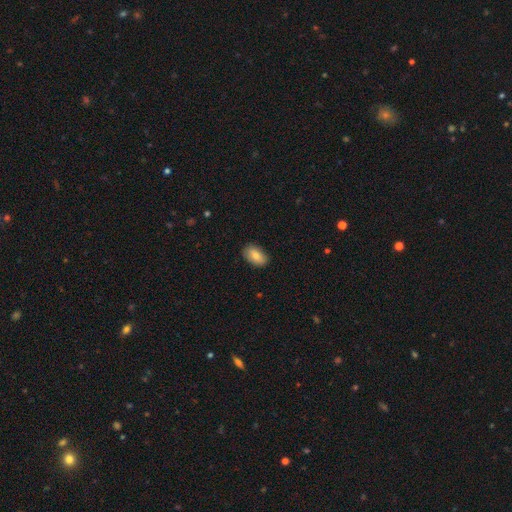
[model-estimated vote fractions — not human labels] smooth 80%, featured or disk 12%, star or artifact 7%. Down the decision tree: how rounded — in between (91%); merging — none (85%).